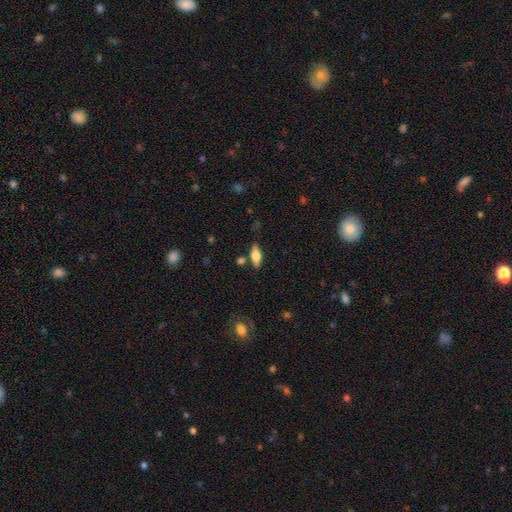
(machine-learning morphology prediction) smooth_or_featured: smooth (p=0.53) [alt: featured or disk p=0.40]
how_rounded: in between (p=0.65) [alt: cigar-shaped p=0.31]
merging: none (p=0.79) [alt: minor disturbance p=0.12]